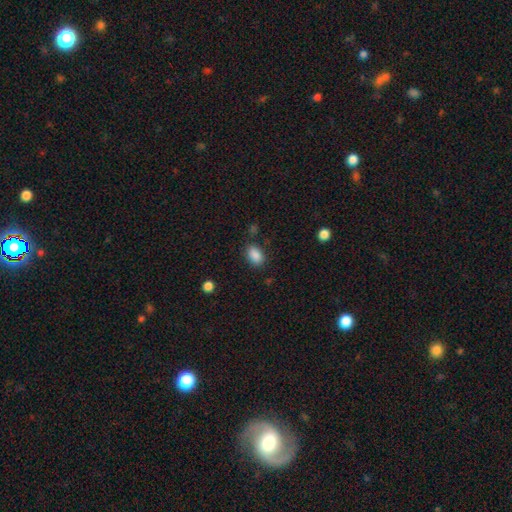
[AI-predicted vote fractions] This appears to be a smooth galaxy with no disk features (88%) that is in between round and cigar-shaped (85%). Merging: none (82%).